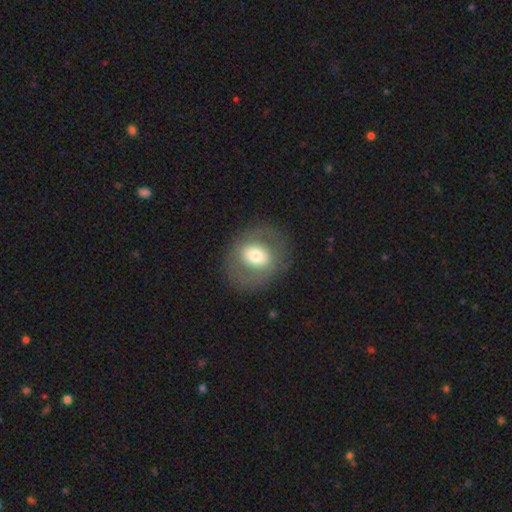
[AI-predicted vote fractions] A smooth galaxy with no disk features (53%) that is round (63%). Merging: none (79%).